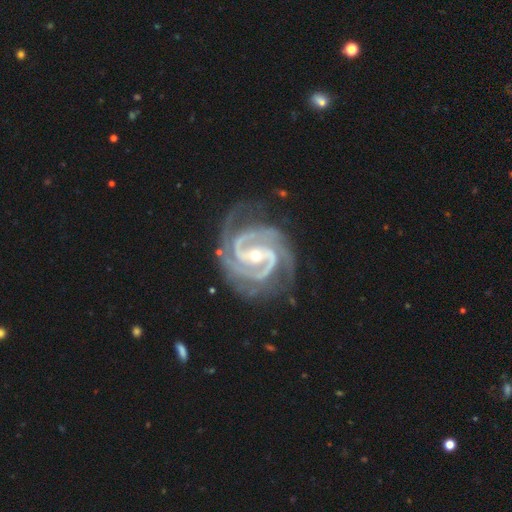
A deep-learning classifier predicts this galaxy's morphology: Q: Smooth or featured?
A: featured or disk (94%); runner-up: star or artifact (4%)
Q: Edge-on disk?
A: no (98%); runner-up: yes (2%)
Q: Bar?
A: strong (42%); runner-up: weak (35%)
Q: Spiral arms?
A: yes (99%); runner-up: no (1%)
Q: Spiral winding?
A: tight (51%); runner-up: medium (44%)
Q: Spiral arm count?
A: 2 (52%); runner-up: 3 (29%)
Q: Bulge size?
A: small (60%); runner-up: moderate (37%)
Q: Merging?
A: none (70%); runner-up: minor disturbance (19%)